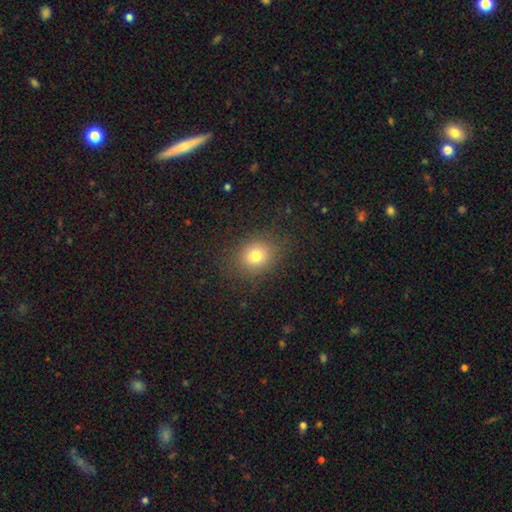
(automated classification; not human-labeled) Overall: smooth (76%). How rounded: round (66%; in between 33%). Merging: none (84%).